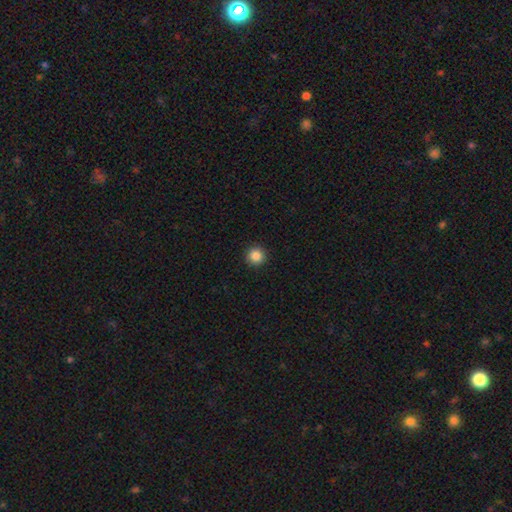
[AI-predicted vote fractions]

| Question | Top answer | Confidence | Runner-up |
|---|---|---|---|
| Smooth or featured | smooth | 87% | star or artifact (10%) |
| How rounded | round | 96% | in between (3%) |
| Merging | none | 93% | minor disturbance (4%) |